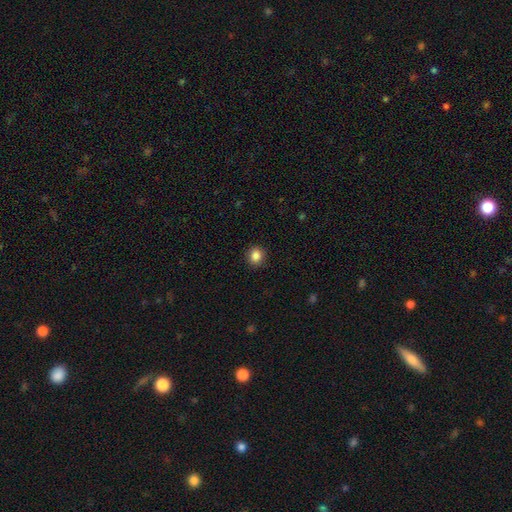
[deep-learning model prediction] smooth_or_featured: smooth (p=0.86) [alt: star or artifact p=0.10]
how_rounded: round (p=0.83) [alt: in between p=0.16]
merging: none (p=0.91) [alt: minor disturbance p=0.06]